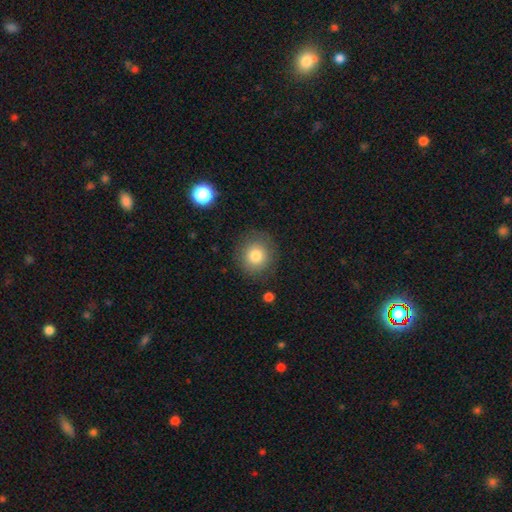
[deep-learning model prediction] Smooth or featured? smooth (80%)
How rounded? round (87%)
Merging? none (85%)